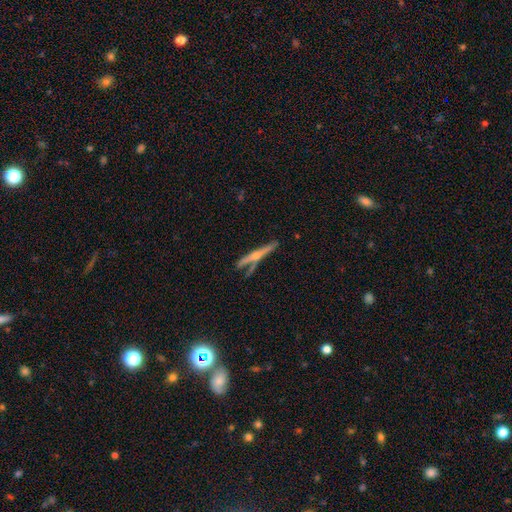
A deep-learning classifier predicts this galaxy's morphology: smooth-or-featured: featured or disk: 68% | smooth: 24% | star or artifact: 7%
  disk-edge-on: yes: 95% | no: 5%
    edge-on-bulge: rounded: 82% | none: 13% | boxy: 5%
  merging: none: 66% | minor disturbance: 17% | merger: 11% | major disturbance: 6%